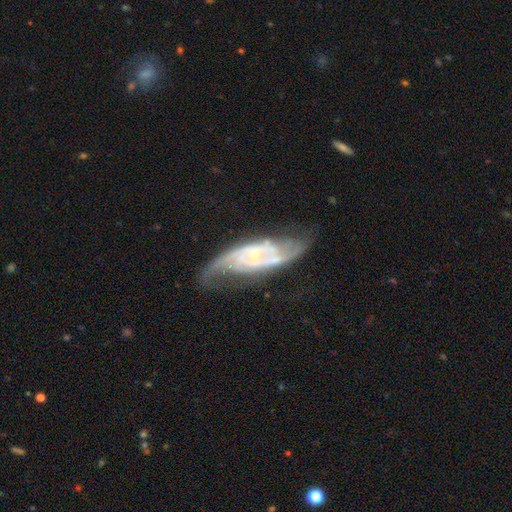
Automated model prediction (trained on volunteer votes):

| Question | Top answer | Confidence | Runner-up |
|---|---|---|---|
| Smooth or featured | featured or disk | 86% | smooth (8%) |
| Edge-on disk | no | 88% | yes (12%) |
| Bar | no | 42% | weak (41%) |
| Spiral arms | yes | 95% | no (5%) |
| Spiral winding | medium | 46% | tight (30%) |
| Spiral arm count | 2 | 72% | can't tell (14%) |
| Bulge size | small | 73% | moderate (19%) |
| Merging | none | 64% | minor disturbance (21%) |